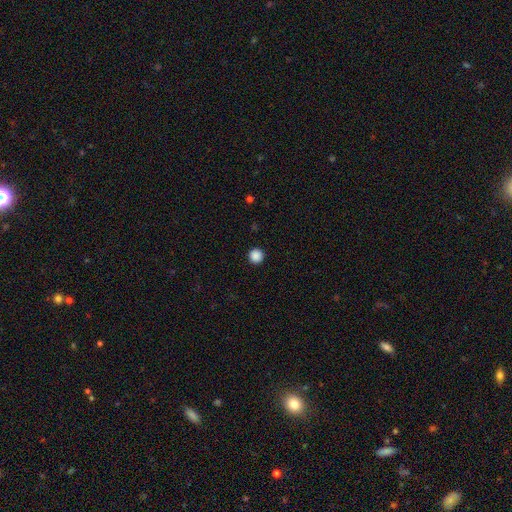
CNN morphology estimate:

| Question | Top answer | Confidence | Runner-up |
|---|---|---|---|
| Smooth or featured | smooth | 88% | star or artifact (10%) |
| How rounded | round | 97% | in between (3%) |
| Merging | none | 94% | minor disturbance (4%) |